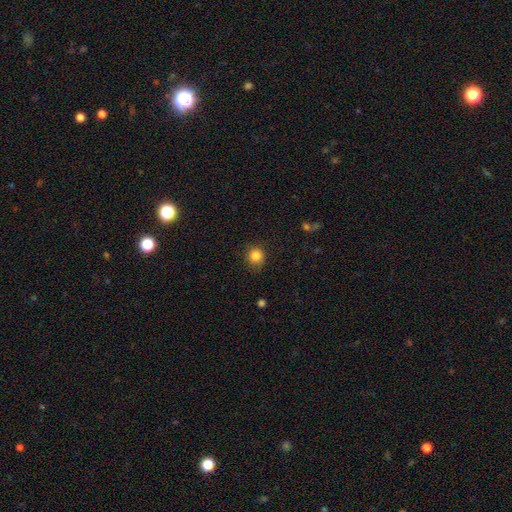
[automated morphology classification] smooth-or-featured: smooth: 84% | star or artifact: 11% | featured or disk: 5%
  how-rounded: round: 89% | in between: 10% | cigar-shaped: 1%
  merging: none: 83% | minor disturbance: 13% | major disturbance: 3% | merger: 1%